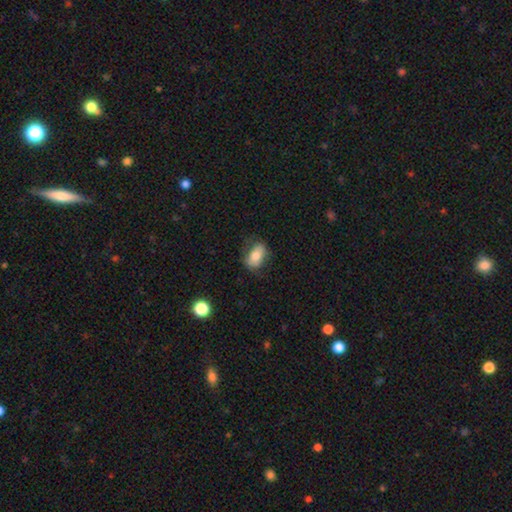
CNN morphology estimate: smooth_or_featured: smooth (p=0.72) [alt: featured or disk p=0.21]
how_rounded: in between (p=0.85) [alt: round p=0.12]
merging: none (p=0.71) [alt: minor disturbance p=0.21]